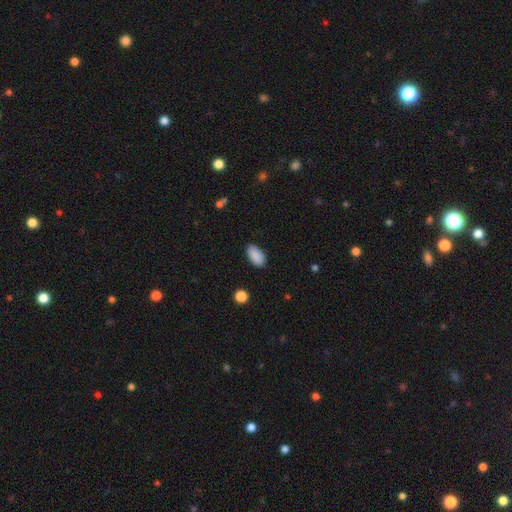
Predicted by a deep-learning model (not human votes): Smooth or featured? Predicted: smooth (p=0.90). How rounded? Predicted: in between (p=0.94). Merging? Predicted: none (p=0.87).